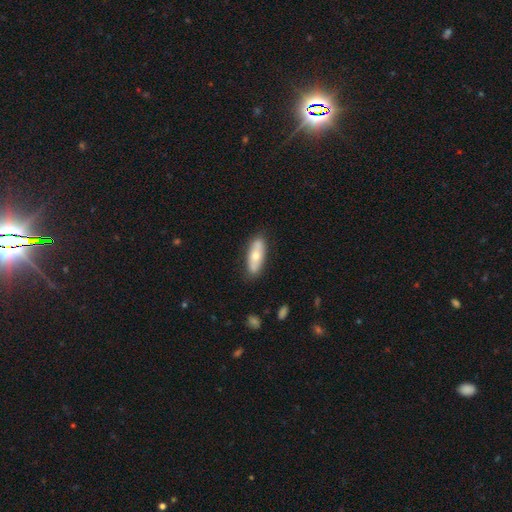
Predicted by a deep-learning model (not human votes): Smooth or featured? smooth (59%)
How rounded? in between (68%)
Merging? none (81%)